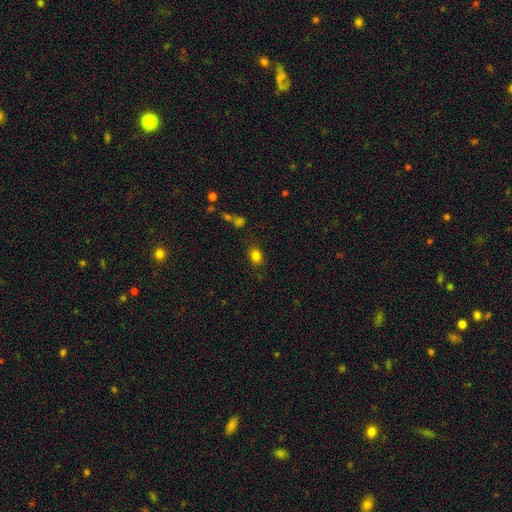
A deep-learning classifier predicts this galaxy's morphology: A smooth galaxy with no disk features (81%) that is in between round and cigar-shaped (55%). Merging: none (81%).